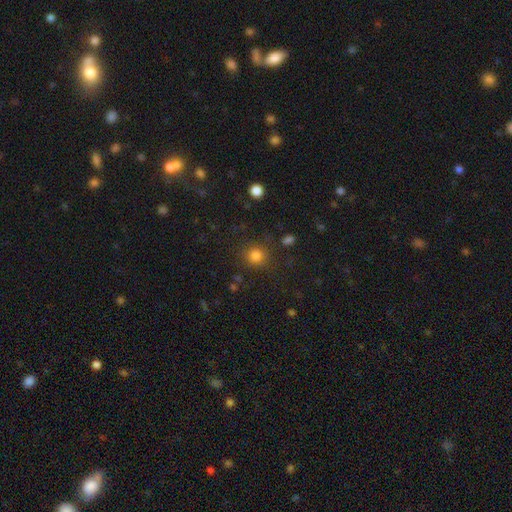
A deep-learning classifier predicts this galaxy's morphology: A smooth galaxy with no disk features (82%) that is round (88%). Merging: none (82%).